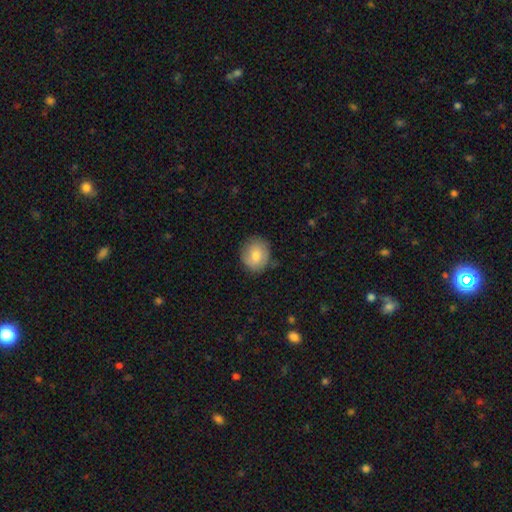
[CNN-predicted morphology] Smooth or featured? Predicted: smooth (p=0.76). How rounded? Predicted: round (p=0.73). Merging? Predicted: none (p=0.81).